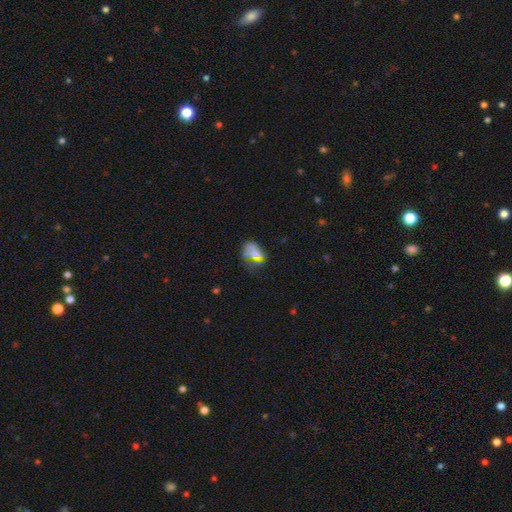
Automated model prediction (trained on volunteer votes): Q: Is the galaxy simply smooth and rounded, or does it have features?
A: smooth — 50%.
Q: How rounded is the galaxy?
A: in between — 67%.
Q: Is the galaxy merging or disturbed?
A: none — 38%.